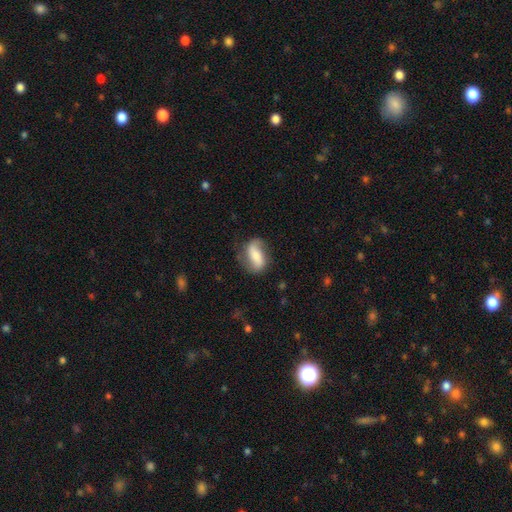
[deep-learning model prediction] This appears to be a featured or disk galaxy (55%) with a strong bar (42%), spiral arms (85%) and a moderate central bulge (41%). Merging: none (71%).